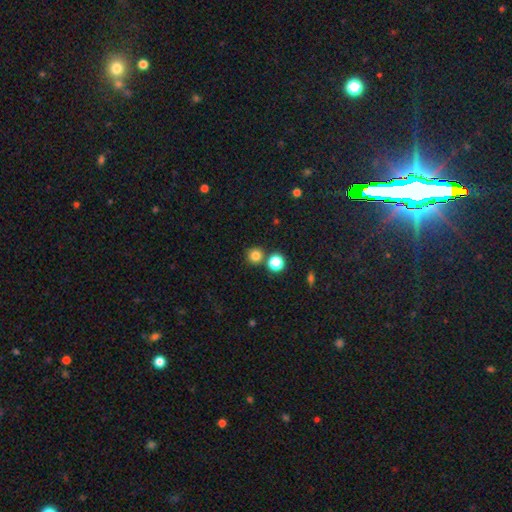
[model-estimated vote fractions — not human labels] smooth_or_featured: smooth (p=0.80) [alt: star or artifact p=0.15]
how_rounded: round (p=0.93) [alt: in between p=0.06]
merging: none (p=0.77) [alt: merger p=0.14]